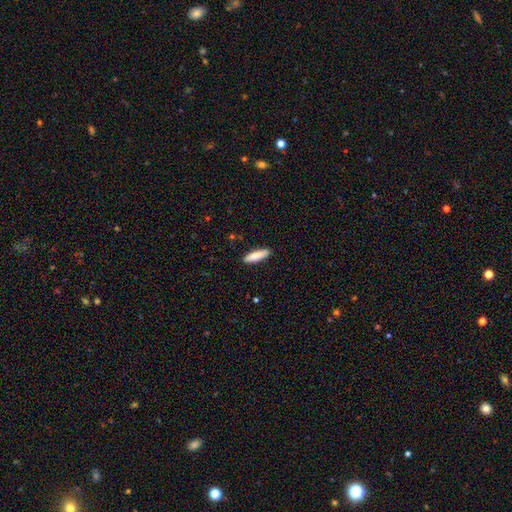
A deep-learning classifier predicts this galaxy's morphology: The model was most divided on "how rounded": cigar-shaped: 66%, in between: 32%, round: 1%. More confident: merging — none (89%); smooth or featured — smooth (84%).